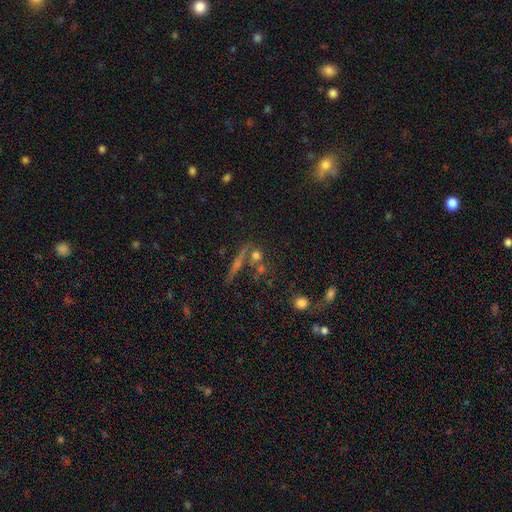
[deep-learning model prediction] This appears to be a smooth galaxy with no disk features (54%) that is round (73%). Merging: none (57%).